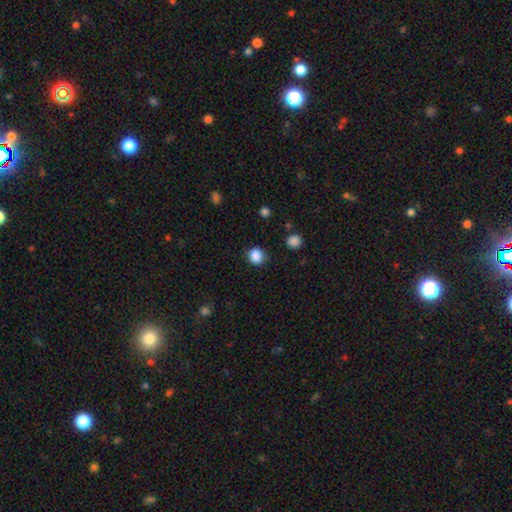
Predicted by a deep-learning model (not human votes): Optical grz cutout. It shows a smooth galaxy with no disk features (87%) that is round (83%). Merging: none (84%).